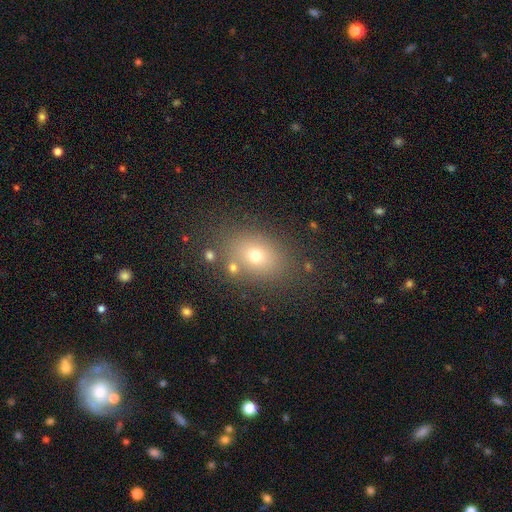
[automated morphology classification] This is likely a smooth galaxy (68%). How rounded: likely in between (60%). Merging: likely none (76%).